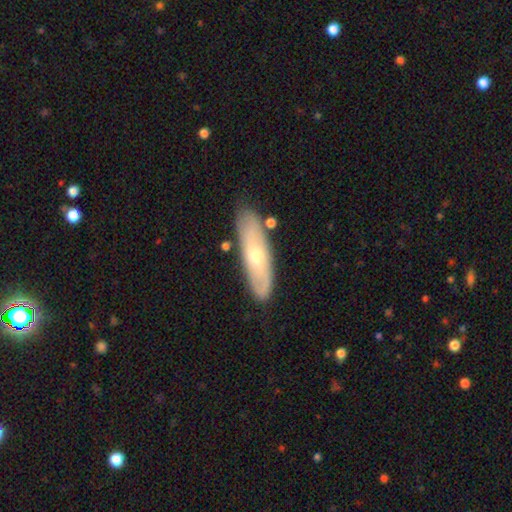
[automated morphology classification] smooth_or_featured: featured or disk (p=0.48) [alt: smooth p=0.46]
merging: none (p=0.80) [alt: minor disturbance p=0.14]